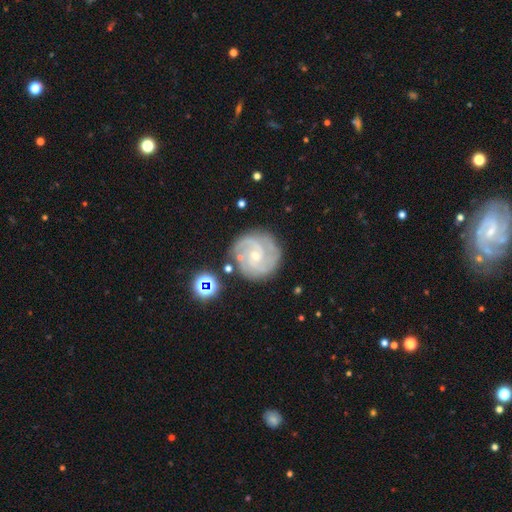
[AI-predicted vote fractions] The model was most divided on "spiral arm count": 2: 35%, 3: 34%, can't tell: 14%, 4: 8%, 1: 4%, more than 4: 4%. More confident: edge-on disk — no (98%); spiral arms — yes (97%); smooth or featured — featured or disk (85%); merging — none (78%); bulge size — small (71%); bar — no (66%); spiral winding — tight (57%).